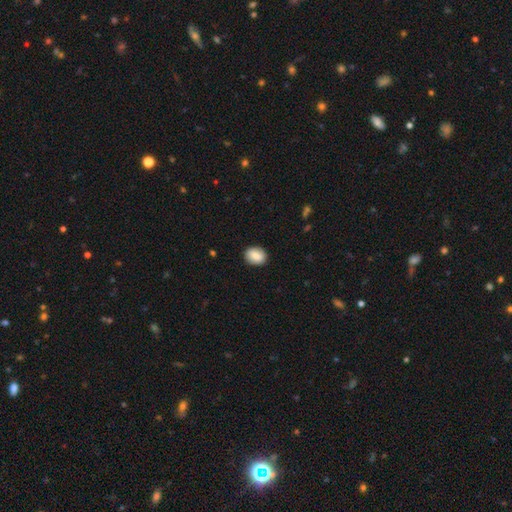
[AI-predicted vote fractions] smooth_or_featured: smooth (p=0.87) [alt: star or artifact p=0.07]
how_rounded: in between (p=0.58) [alt: round p=0.41]
merging: none (p=0.89) [alt: minor disturbance p=0.08]